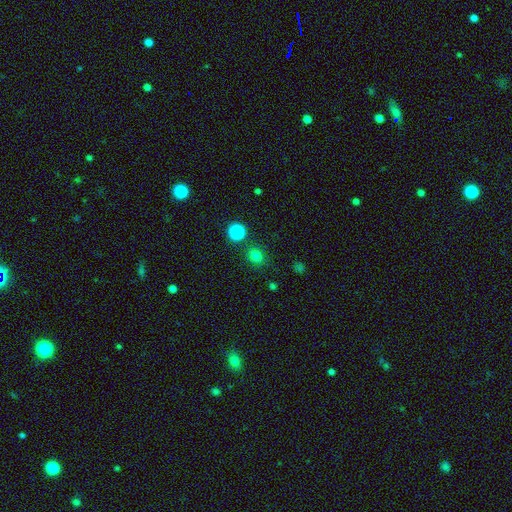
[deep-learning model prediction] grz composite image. It shows a smooth galaxy with no disk features (78%) that is round (79%). Merging: none (84%).